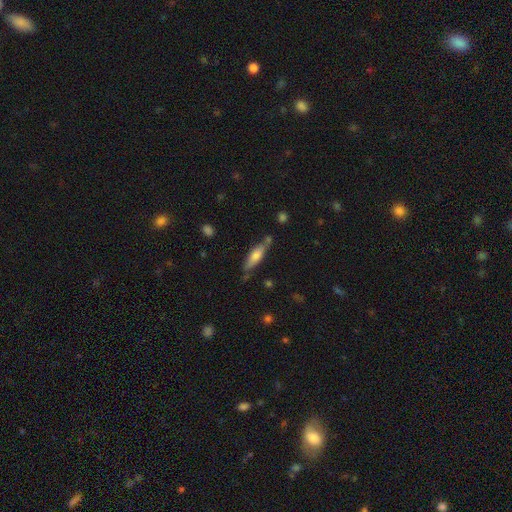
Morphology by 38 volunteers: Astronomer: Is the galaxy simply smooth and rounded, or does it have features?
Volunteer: smooth — 58% (runner-up: featured or disk, 34%).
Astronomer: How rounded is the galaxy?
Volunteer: cigar-shaped — 82%.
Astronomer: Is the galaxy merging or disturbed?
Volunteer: none — 69%.